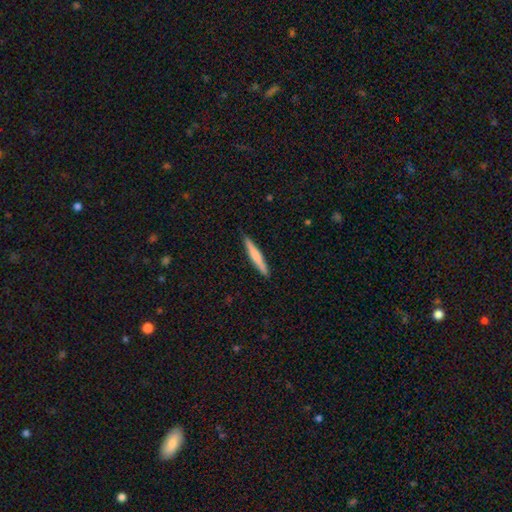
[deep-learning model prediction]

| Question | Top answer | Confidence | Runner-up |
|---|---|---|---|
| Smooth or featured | smooth | 62% | featured or disk (33%) |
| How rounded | cigar-shaped | 95% | in between (4%) |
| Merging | none | 89% | minor disturbance (8%) |